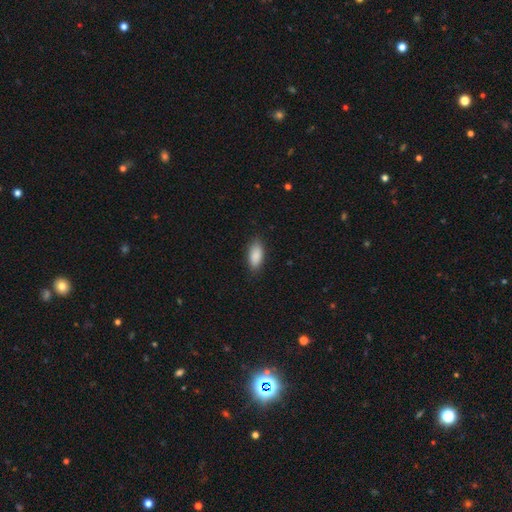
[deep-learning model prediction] Smooth or featured? smooth (89%)
How rounded? in between (87%)
Merging? none (84%)